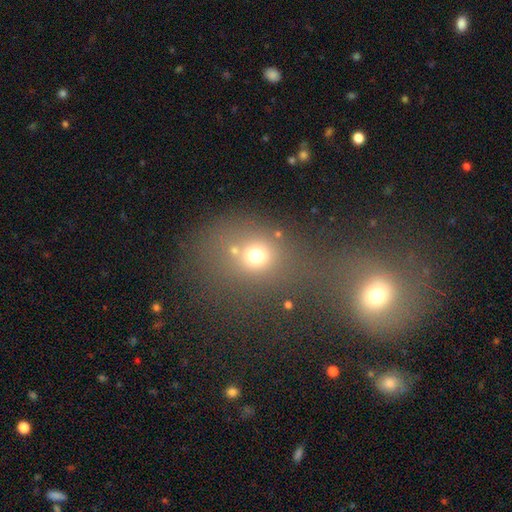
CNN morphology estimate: Smooth or featured: smooth — 66% (star or artifact — 20%)
How rounded: round — 62% (in between — 36%)
Merging: none — 42% (merger — 35%)